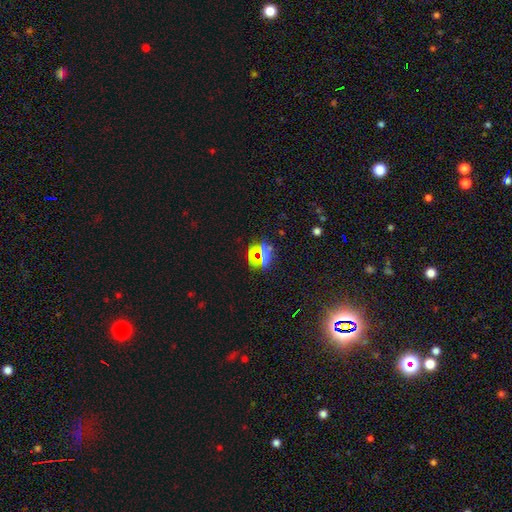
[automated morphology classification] type=star or artifact (67%).